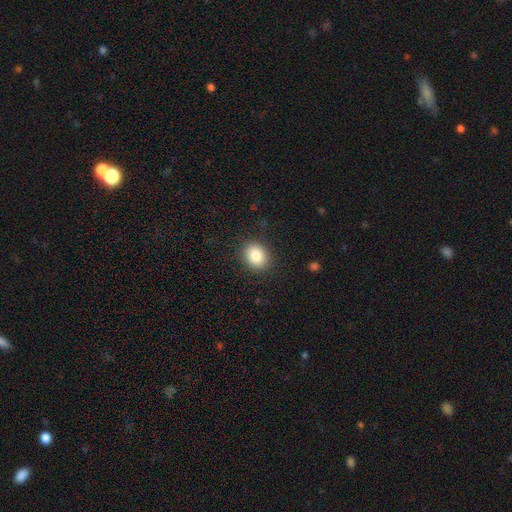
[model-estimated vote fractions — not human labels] Q: Smooth or featured?
A: smooth (84%); runner-up: star or artifact (9%)
Q: How rounded?
A: round (55%); runner-up: in between (44%)
Q: Merging?
A: none (88%); runner-up: minor disturbance (8%)